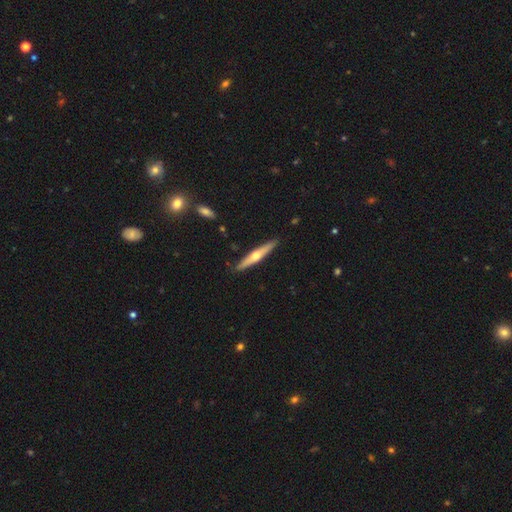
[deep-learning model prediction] Overall: featured or disk (61%; smooth 34%). Edge-on disk: yes (96%). Edge-on bulge: rounded (90%). Merging: none (90%).